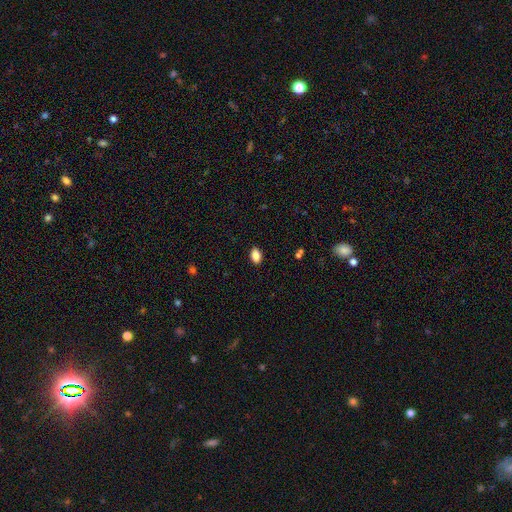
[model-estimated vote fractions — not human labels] This appears to be a smooth galaxy with no disk features (86%) that is in between round and cigar-shaped (89%). Merging: none (89%).